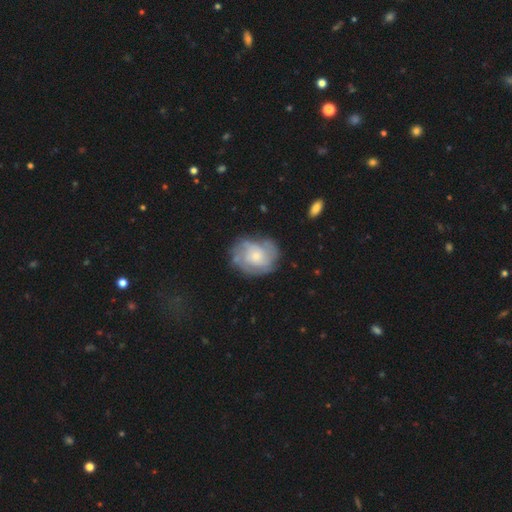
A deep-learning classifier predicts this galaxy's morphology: A featured or disk galaxy (67%) with no bar (78%), tight (49%) spiral arms (84%) and a small central bulge (61%). Merging: none (65%).